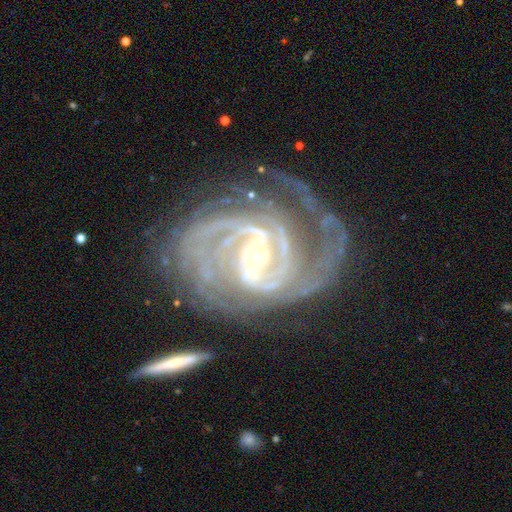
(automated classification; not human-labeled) The model was most divided on "bar": weak: 43%, strong: 36%, no: 21%. Remaining: spiral arms — yes (98%); edge-on disk — no (97%); smooth or featured — featured or disk (93%); bulge size — small (64%); merging — none (59%); spiral winding — tight (56%); spiral arm count — 2 (39%).